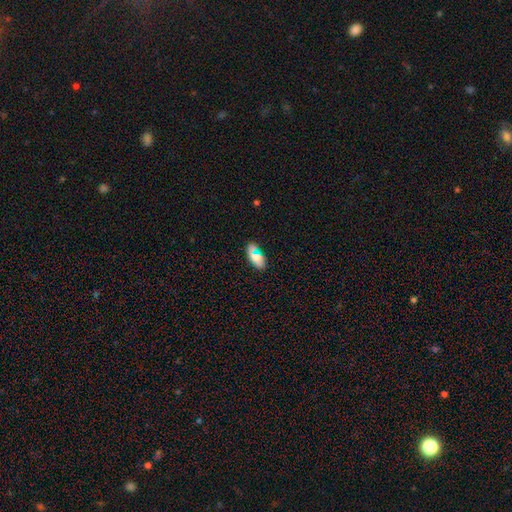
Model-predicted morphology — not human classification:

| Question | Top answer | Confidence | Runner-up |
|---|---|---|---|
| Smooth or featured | smooth | 68% | featured or disk (21%) |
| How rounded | in between | 85% | cigar-shaped (10%) |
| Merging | none | 67% | minor disturbance (16%) |